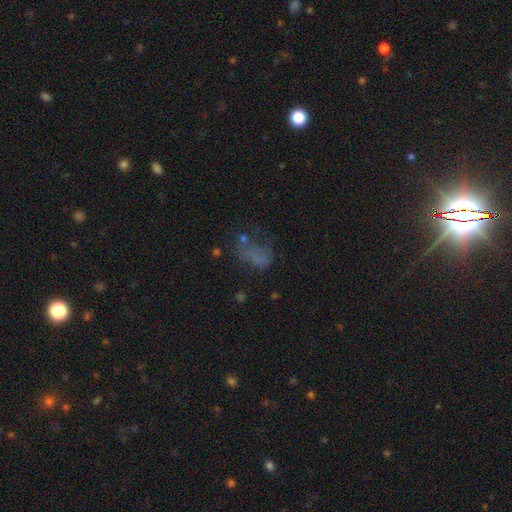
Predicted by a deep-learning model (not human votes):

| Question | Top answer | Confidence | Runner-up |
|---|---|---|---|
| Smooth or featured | smooth | 48% | featured or disk (26%) |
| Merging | none | 36% | major disturbance (34%) |